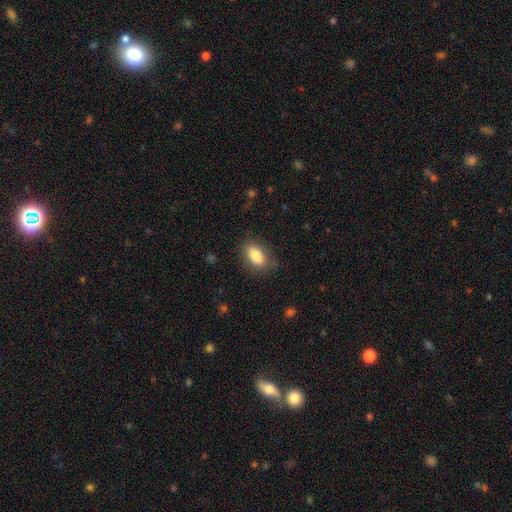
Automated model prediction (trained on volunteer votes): Smooth or featured: smooth — 83% (featured or disk — 10%)
How rounded: in between — 89% (round — 7%)
Merging: none — 79% (minor disturbance — 15%)